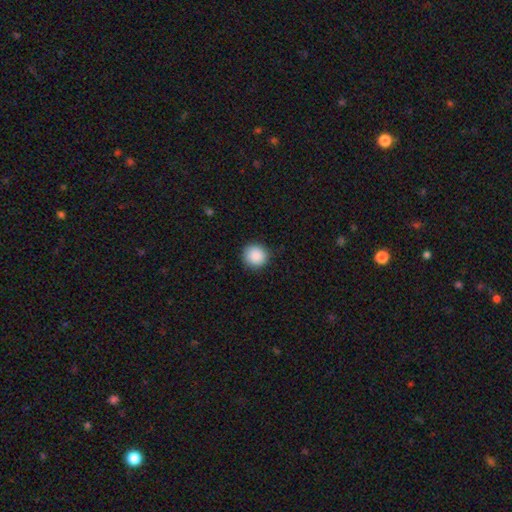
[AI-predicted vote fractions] Smooth or featured?
  - smooth: 89% *
  - star or artifact: 8%
  - featured or disk: 3%
How rounded?
  - round: 93% *
  - in between: 6%
  - cigar-shaped: 1%
Merging?
  - none: 90% *
  - minor disturbance: 7%
  - major disturbance: 2%
  - merger: 1%